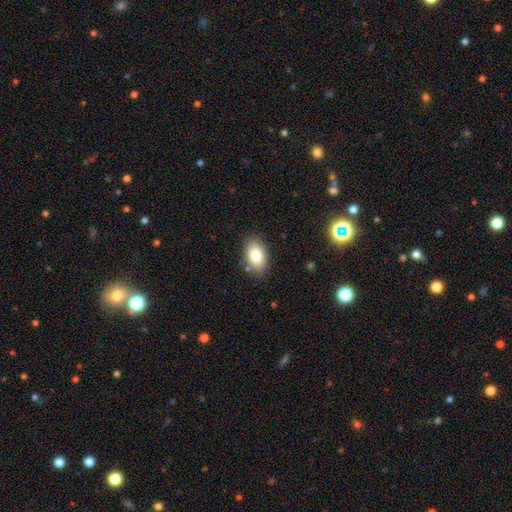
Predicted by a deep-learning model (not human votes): A smooth galaxy with no disk features (83%) that is in between round and cigar-shaped (92%).

Vote fractions:
- Smooth or featured? smooth: 83% / featured or disk: 10% / star or artifact: 7%
- How rounded? in between: 92% / round: 7% / cigar-shaped: 1%
- Merging? none: 84% / minor disturbance: 11% / major disturbance: 3% / merger: 2%